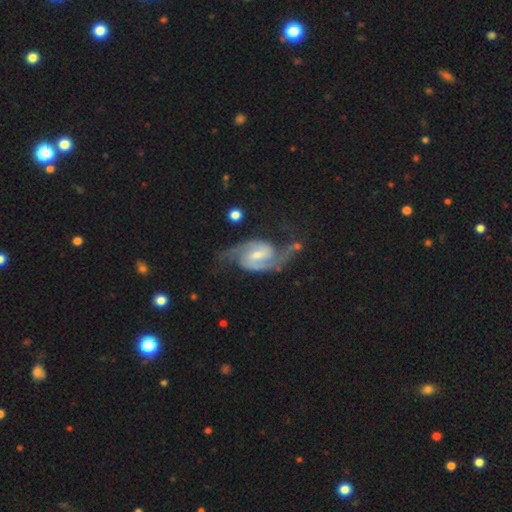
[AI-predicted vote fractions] Smooth or featured? Predicted: featured or disk (p=0.90). Edge-on disk? Predicted: no (p=0.98). Bar? Predicted: weak (p=0.55). Spiral arms? Predicted: yes (p=0.98). Spiral winding? Predicted: medium (p=0.54). Spiral arm count? Predicted: 2 (p=0.92). Bulge size? Predicted: small (p=0.51). Merging? Predicted: none (p=0.67).